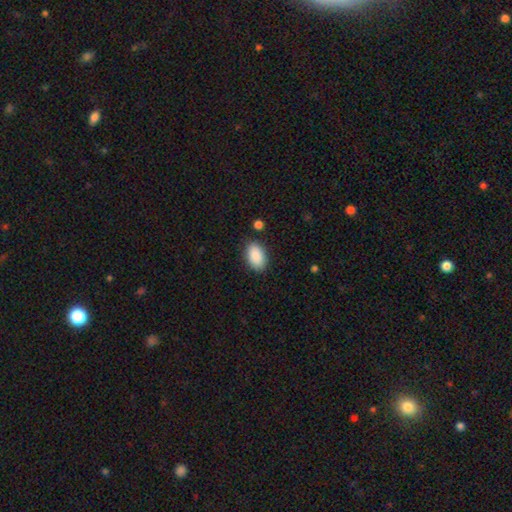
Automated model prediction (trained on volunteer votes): A smooth galaxy with no disk features (90%) that is in between round and cigar-shaped (93%).

Vote fractions:
- Smooth or featured? smooth: 90% / star or artifact: 7% / featured or disk: 3%
- How rounded? in between: 93% / round: 6% / cigar-shaped: 1%
- Merging? none: 84% / minor disturbance: 11% / major disturbance: 3% / merger: 2%